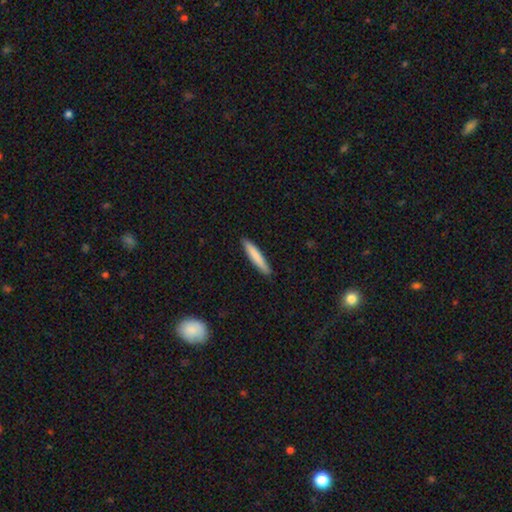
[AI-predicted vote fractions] A smooth galaxy with no disk features (81%) that is cigar-shaped (93%). Merging: none (90%).